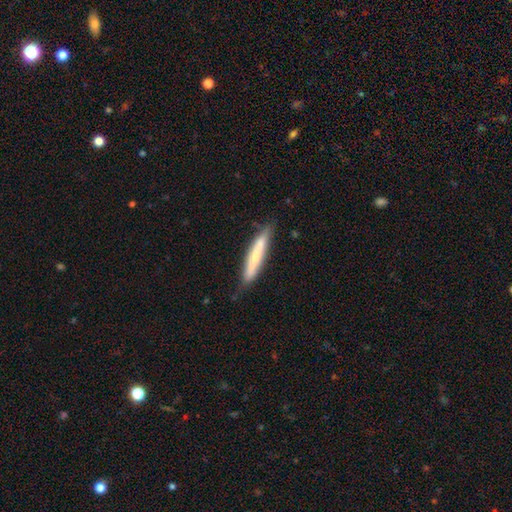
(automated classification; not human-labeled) Smooth or featured? smooth (56%)
How rounded? cigar-shaped (91%)
Merging? none (77%)